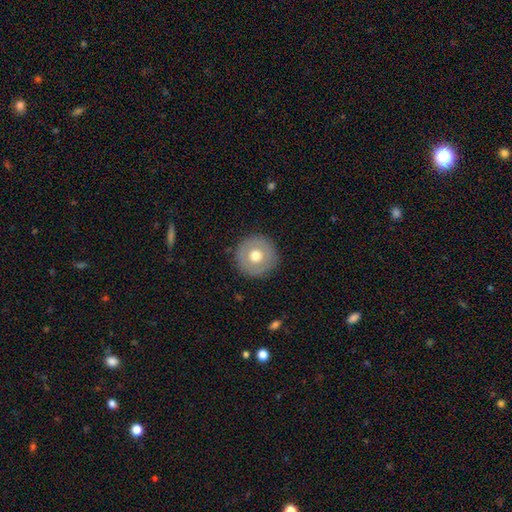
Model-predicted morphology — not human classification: A smooth galaxy with no disk features (63%) that is round (96%). Merging: none (90%).